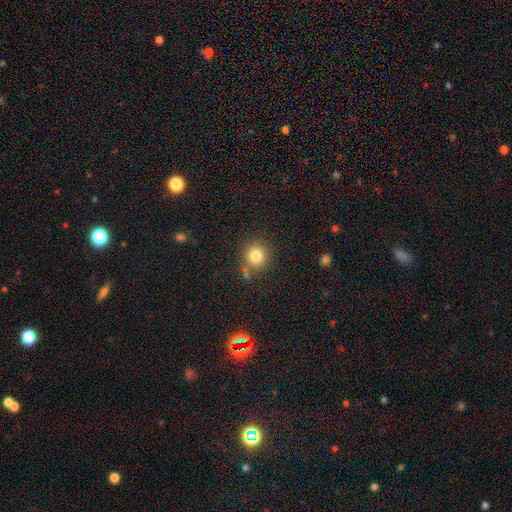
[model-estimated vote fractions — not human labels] This is clearly a smooth galaxy (81%). How rounded: clearly round (89%). Merging: likely none (76%).